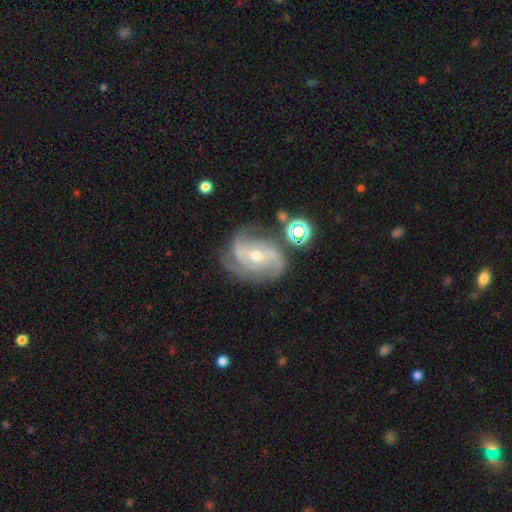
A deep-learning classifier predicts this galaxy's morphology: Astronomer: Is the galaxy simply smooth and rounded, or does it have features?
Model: featured or disk — 88%.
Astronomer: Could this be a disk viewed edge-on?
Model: no — 97%.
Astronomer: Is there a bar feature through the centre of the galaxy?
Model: no — 46% (runner-up: weak, 37%).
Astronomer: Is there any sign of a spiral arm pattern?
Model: yes — 97%.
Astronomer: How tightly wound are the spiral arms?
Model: medium — 47% (runner-up: tight, 39%).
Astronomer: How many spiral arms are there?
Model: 3 — 48%.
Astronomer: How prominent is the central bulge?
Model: small — 50% (runner-up: moderate, 47%).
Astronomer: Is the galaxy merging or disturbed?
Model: none — 68%.